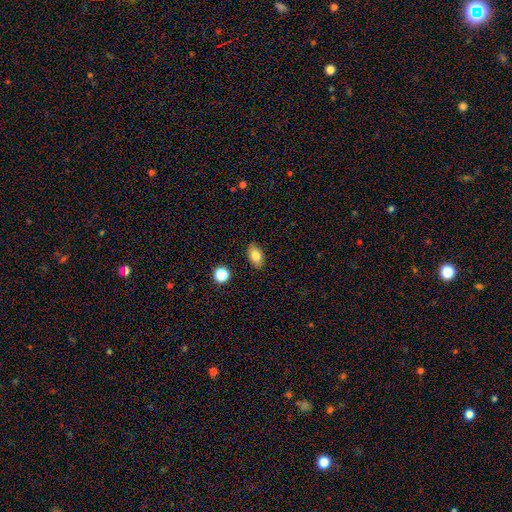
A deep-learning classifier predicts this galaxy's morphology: A smooth galaxy with no disk features (82%) that is in between round and cigar-shaped (88%).

Vote fractions:
- Smooth or featured? smooth: 82% / featured or disk: 9% / star or artifact: 9%
- How rounded? in between: 88% / round: 10% / cigar-shaped: 2%
- Merging? none: 88% / minor disturbance: 8% / major disturbance: 2% / merger: 2%